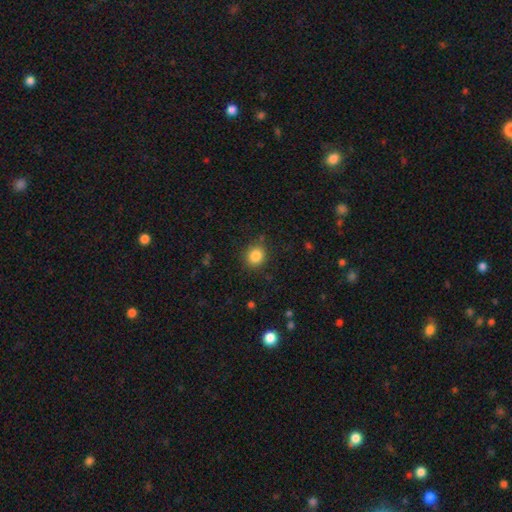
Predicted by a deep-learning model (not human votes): A smooth galaxy with no disk features (85%) that is round (81%). Merging: none (85%).